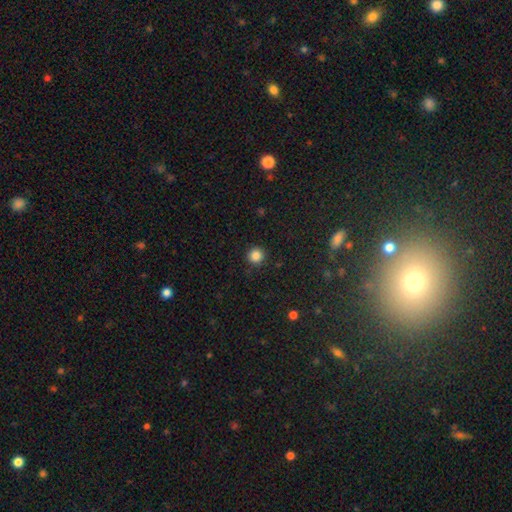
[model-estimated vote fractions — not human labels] The model was most divided on "smooth or featured": smooth: 85%, star or artifact: 11%, featured or disk: 3%. More confident: how rounded — round (95%); merging — none (92%).